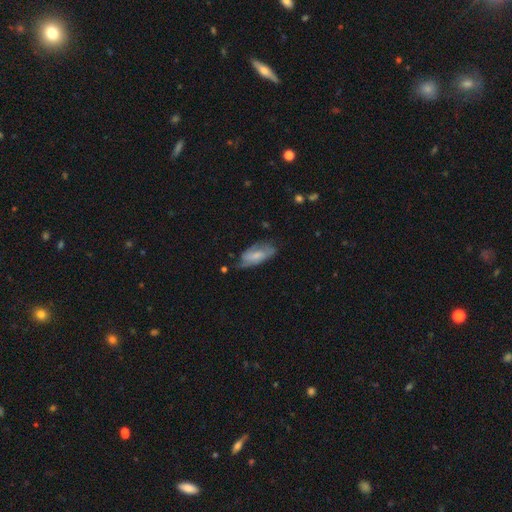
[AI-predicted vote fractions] A featured or disk galaxy (50%). Merging: none (51%).